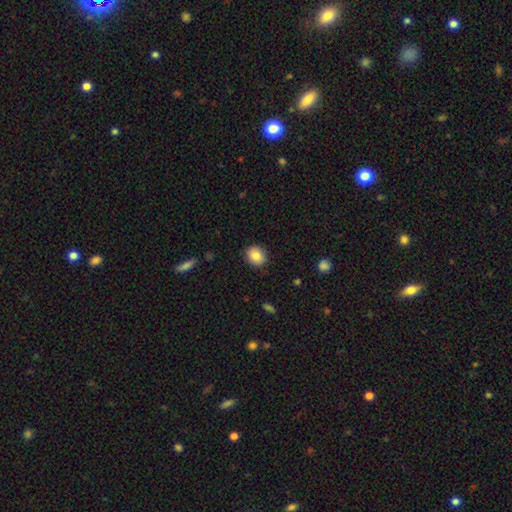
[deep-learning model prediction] Smooth or featured: smooth — 84% (star or artifact — 9%)
How rounded: round — 68% (in between — 31%)
Merging: none — 88% (minor disturbance — 9%)